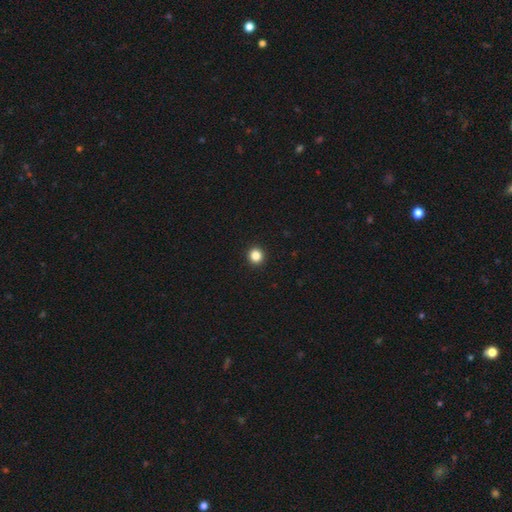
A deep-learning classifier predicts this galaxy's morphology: Smooth or featured? Predicted: smooth (p=0.85). How rounded? Predicted: round (p=0.95). Merging? Predicted: none (p=0.94).